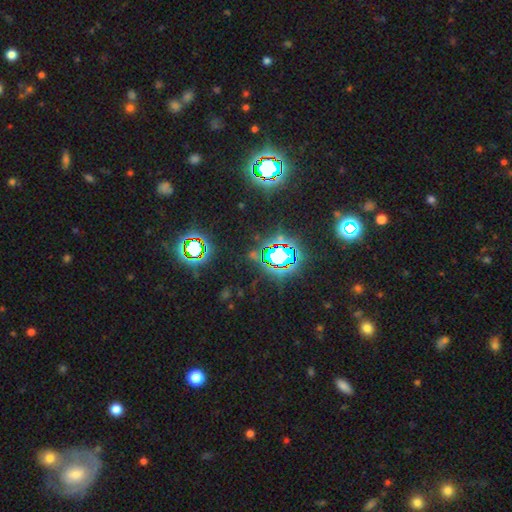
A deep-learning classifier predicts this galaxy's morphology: smooth-or-featured: star or artifact: 78% | smooth: 14% | featured or disk: 8%